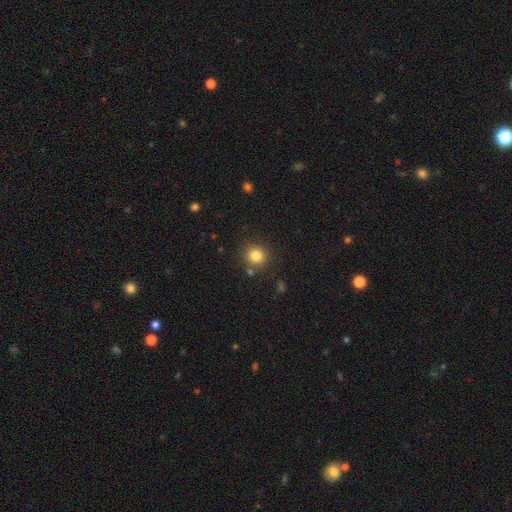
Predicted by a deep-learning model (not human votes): Smooth or featured: smooth — 82% (star or artifact — 12%)
How rounded: round — 92% (in between — 7%)
Merging: none — 84% (minor disturbance — 8%)